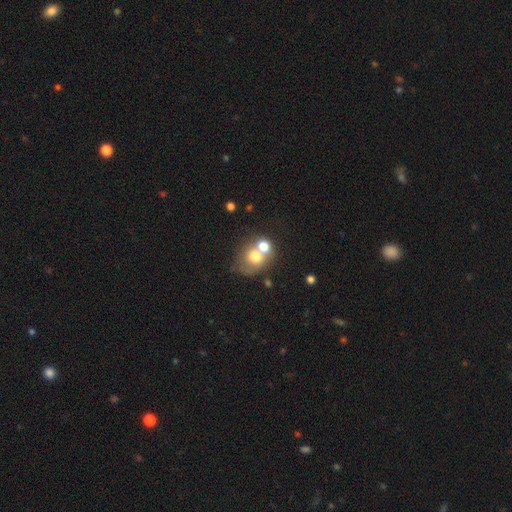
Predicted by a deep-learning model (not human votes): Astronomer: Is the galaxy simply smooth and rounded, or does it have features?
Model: smooth — 67%.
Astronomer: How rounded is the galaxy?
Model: round — 69%.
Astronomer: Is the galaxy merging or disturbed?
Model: merger — 54% (runner-up: none, 30%).